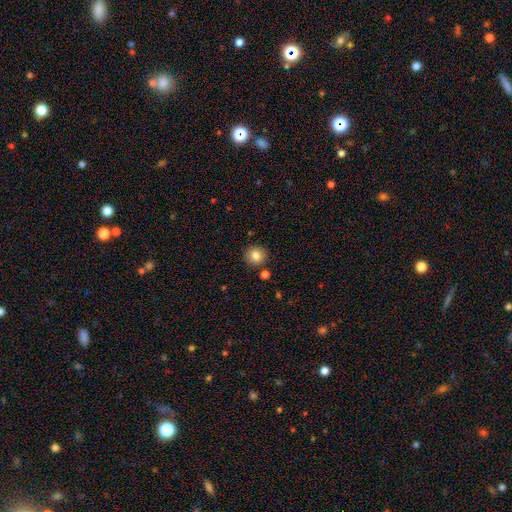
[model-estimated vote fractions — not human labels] smooth_or_featured: smooth (p=0.82) [alt: star or artifact p=0.10]
how_rounded: round (p=0.91) [alt: in between p=0.08]
merging: none (p=0.88) [alt: minor disturbance p=0.07]